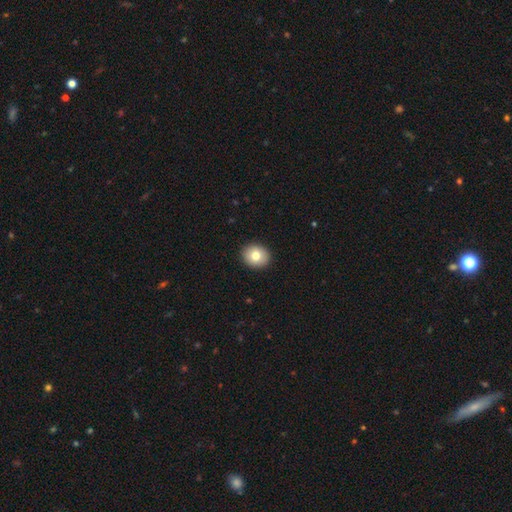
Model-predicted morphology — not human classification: This is likely a smooth galaxy (79%). How rounded: likely round (64%). Merging: clearly none (92%).